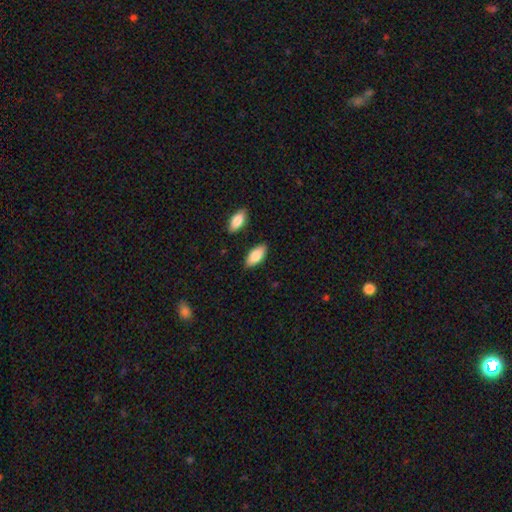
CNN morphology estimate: Smooth or featured? Predicted: smooth (p=0.86). How rounded? Predicted: in between (p=0.89). Merging? Predicted: none (p=0.85).